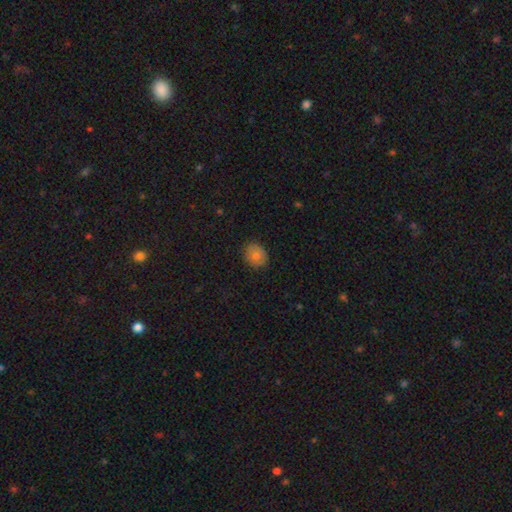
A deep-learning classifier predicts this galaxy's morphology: type=smooth (77%); roundness=round (63%); merging=none (83%).